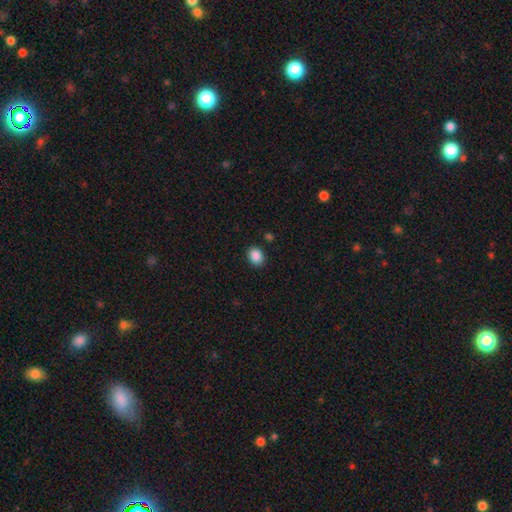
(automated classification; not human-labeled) smooth 88%, star or artifact 8%, featured or disk 3%. Down the decision tree: how rounded — in between (57%); merging — none (89%).